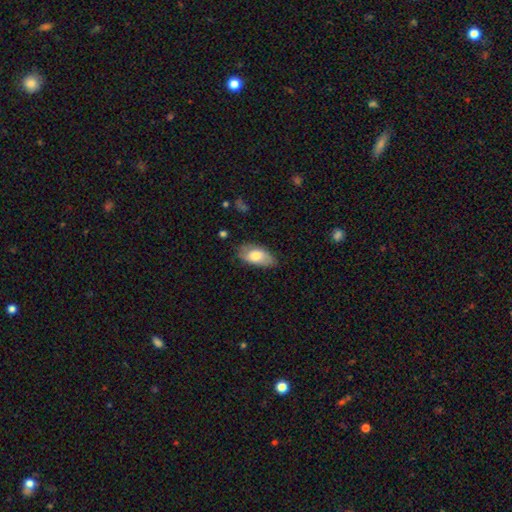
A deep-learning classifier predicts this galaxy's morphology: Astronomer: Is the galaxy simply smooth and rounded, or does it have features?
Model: smooth — 76%.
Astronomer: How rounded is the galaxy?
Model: in between — 93%.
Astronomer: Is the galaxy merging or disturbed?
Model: none — 71%.